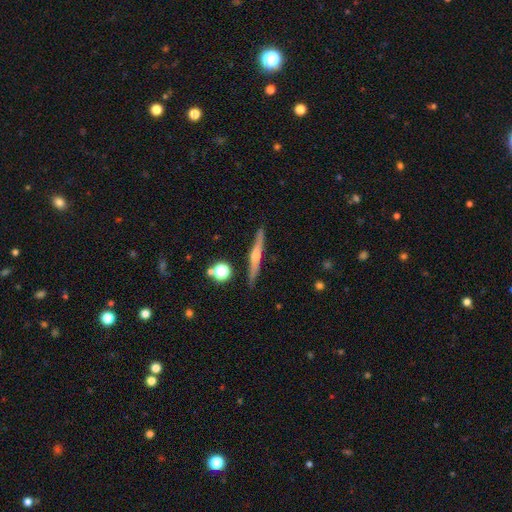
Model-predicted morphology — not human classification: A featured or disk galaxy (68%) viewed edge-on (97%) with a rounded central bulge (83%).

Vote fractions:
- Smooth or featured? featured or disk: 68% / smooth: 25% / star or artifact: 7%
- Edge-on disk? yes: 97% / no: 3%
- Edge-on bulge? rounded: 83% / none: 11% / boxy: 6%
- Merging? none: 89% / minor disturbance: 8% / merger: 2% / major disturbance: 2%